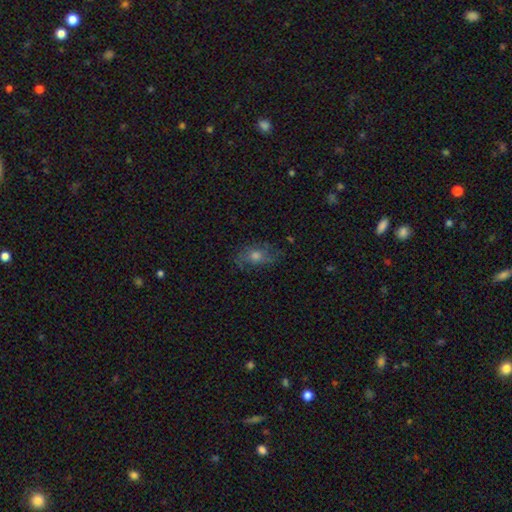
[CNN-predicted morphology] smooth_or_featured: featured or disk (p=0.46) [alt: smooth p=0.37]
merging: none (p=0.67) [alt: minor disturbance p=0.21]